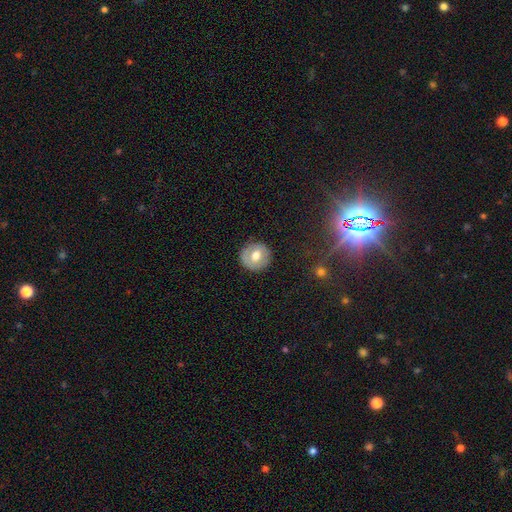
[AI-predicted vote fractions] This appears to be a smooth galaxy with no disk features (60%) that is round (93%). Merging: none (88%).